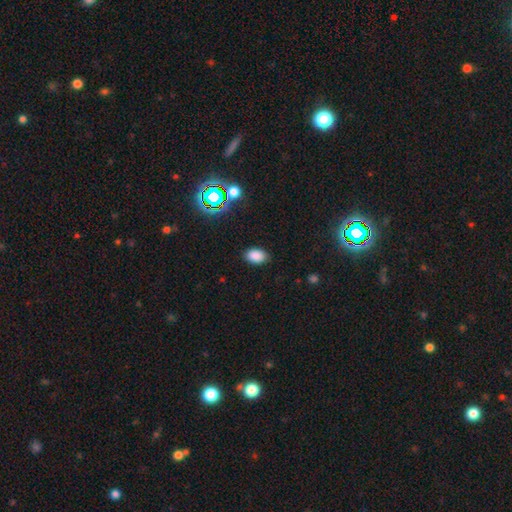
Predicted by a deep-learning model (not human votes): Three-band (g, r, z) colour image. It shows a smooth galaxy with no disk features (83%) that is in between round and cigar-shaped (89%). Merging: none (86%).